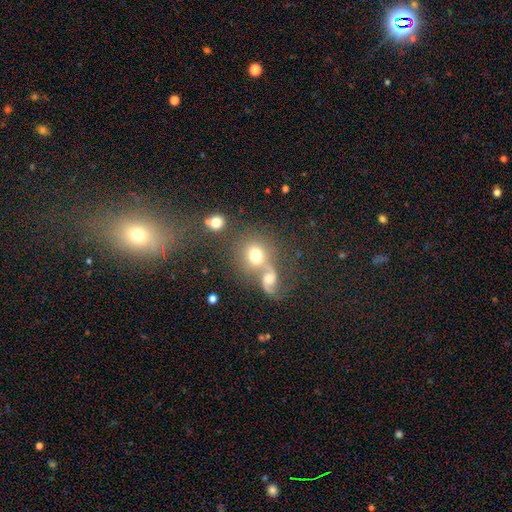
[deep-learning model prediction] Morphology: type=smooth (62%); roundness=round (73%); merging=merger (43%).